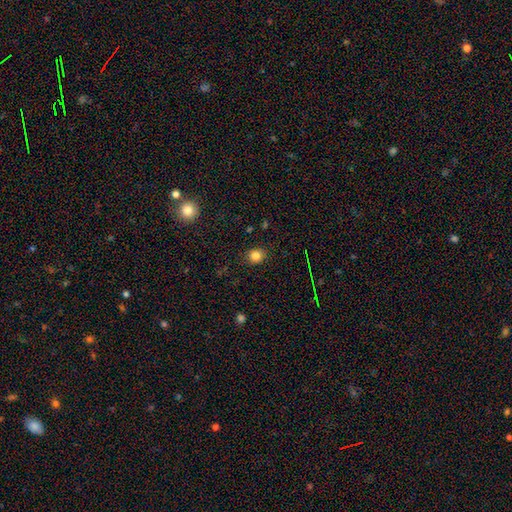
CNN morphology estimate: A smooth galaxy with no disk features (82%) that is round (72%).

Vote fractions:
- Smooth or featured? smooth: 82% / star or artifact: 12% / featured or disk: 5%
- How rounded? round: 72% / in between: 27% / cigar-shaped: 1%
- Merging? none: 88% / minor disturbance: 9% / major disturbance: 2% / merger: 1%